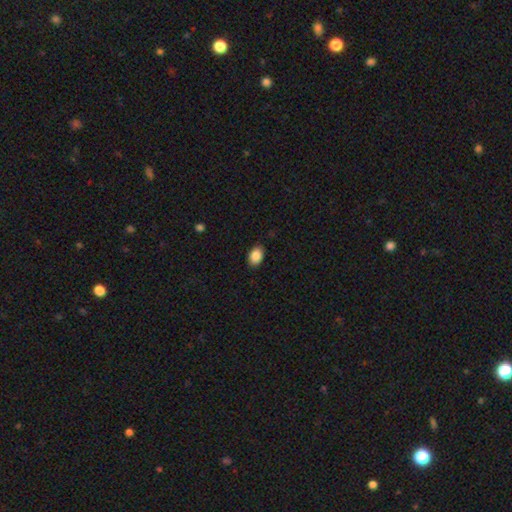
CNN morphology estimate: smooth 87%, star or artifact 8%, featured or disk 5%. Down the decision tree: how rounded — in between (82%); merging — none (87%).